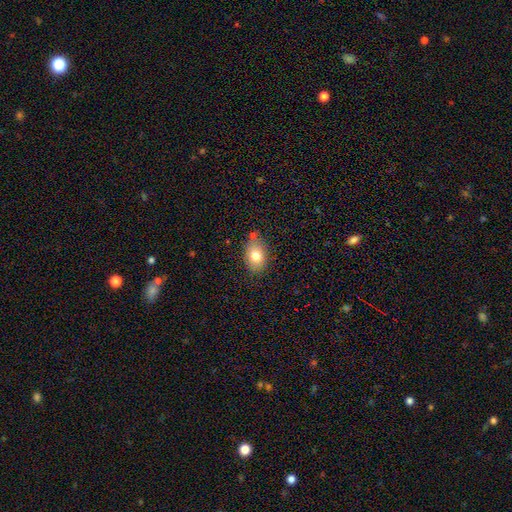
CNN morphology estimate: This appears to be a smooth galaxy with no disk features (78%) that is in between round and cigar-shaped (81%). Merging: none (73%).